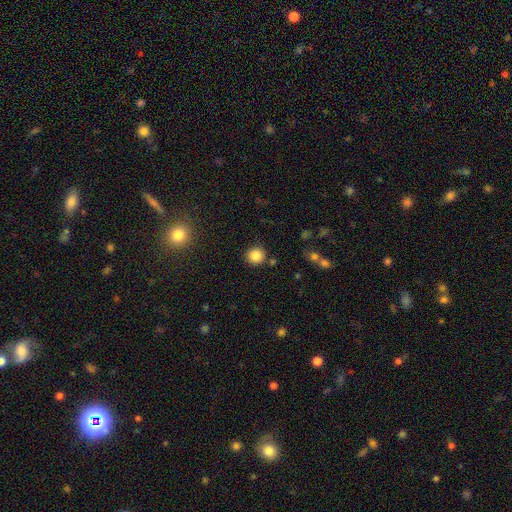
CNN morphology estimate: Q: Smooth or featured?
A: smooth (85%); runner-up: star or artifact (11%)
Q: How rounded?
A: round (92%); runner-up: in between (7%)
Q: Merging?
A: none (87%); runner-up: minor disturbance (7%)